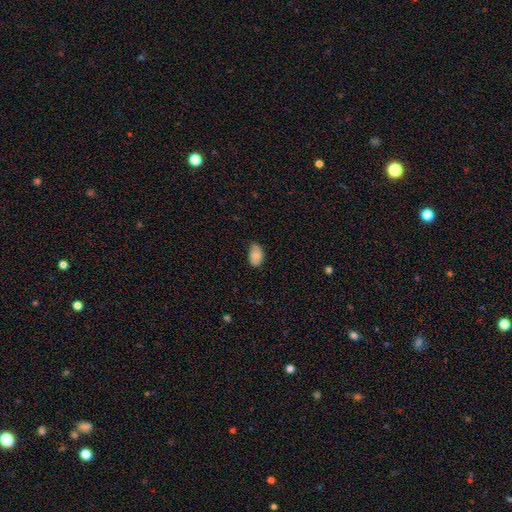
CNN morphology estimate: A smooth galaxy with no disk features (73%) that is in between round and cigar-shaped (90%). Merging: none (61%).